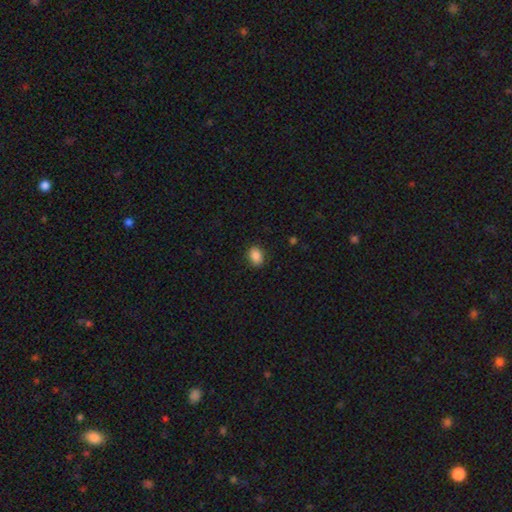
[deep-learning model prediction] Smooth or featured? Predicted: smooth (p=0.88). How rounded? Predicted: in between (p=0.72). Merging? Predicted: none (p=0.87).